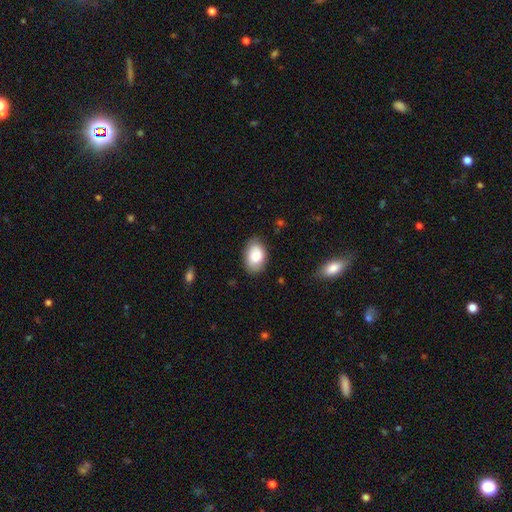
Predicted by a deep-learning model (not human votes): A smooth galaxy with no disk features (84%) that is in between round and cigar-shaped (87%).

Vote fractions:
- Smooth or featured? smooth: 84% / featured or disk: 9% / star or artifact: 7%
- How rounded? in between: 87% / round: 12% / cigar-shaped: 1%
- Merging? none: 80% / minor disturbance: 15% / major disturbance: 3% / merger: 1%